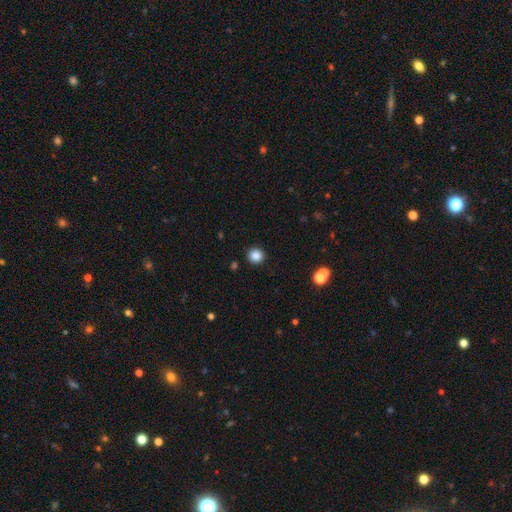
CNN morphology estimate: A smooth galaxy with no disk features (85%) that is round (92%). Merging: none (92%).